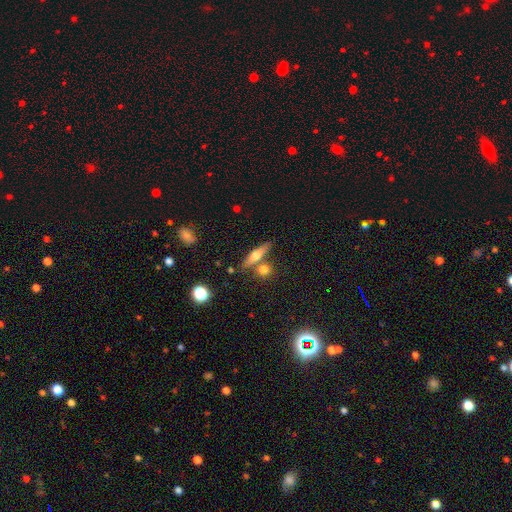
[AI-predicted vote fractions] Morphology: type=smooth (47%); merging=none (68%).